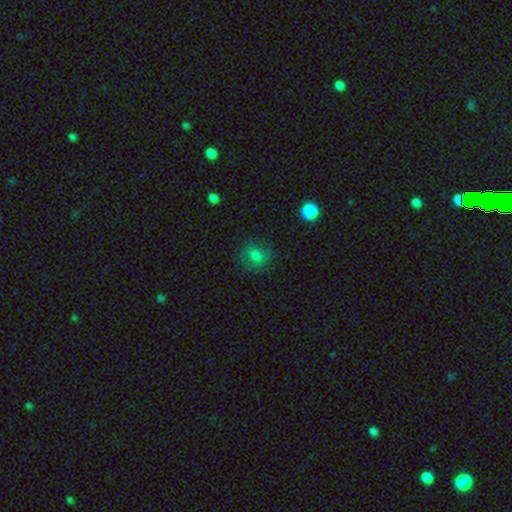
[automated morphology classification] A smooth galaxy with no disk features (73%) that is round (75%).

Vote fractions:
- Smooth or featured? smooth: 73% / featured or disk: 15% / star or artifact: 12%
- How rounded? round: 75% / in between: 24% / cigar-shaped: 1%
- Merging? none: 74% / minor disturbance: 17% / major disturbance: 8% / merger: 1%